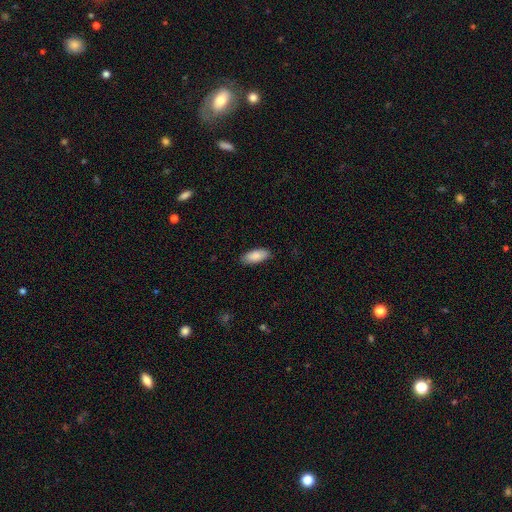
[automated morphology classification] This appears to be a smooth galaxy with no disk features (87%) that is in between round and cigar-shaped (86%). Merging: none (86%).